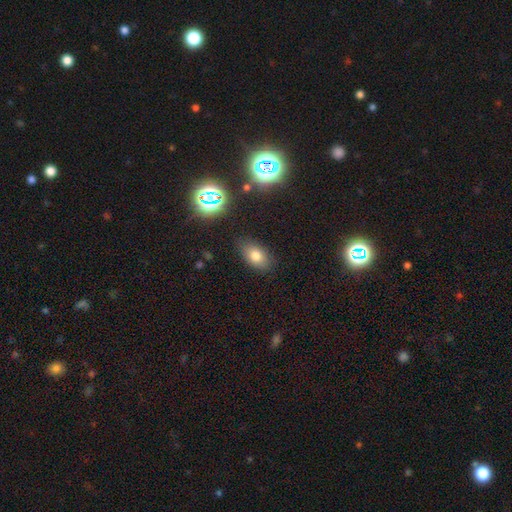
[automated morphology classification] Smooth or featured: smooth — 74% (star or artifact — 15%)
How rounded: in between — 85% (round — 13%)
Merging: none — 82% (minor disturbance — 13%)